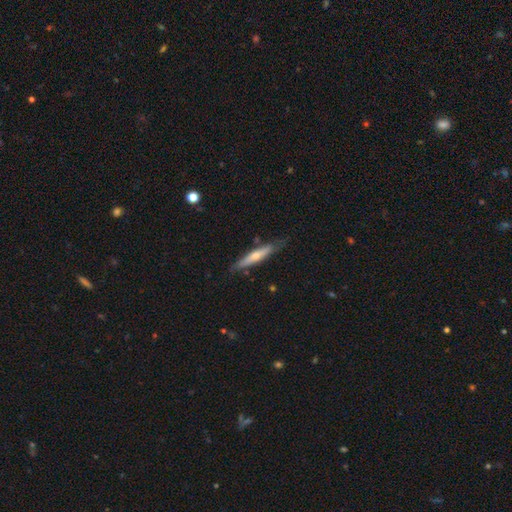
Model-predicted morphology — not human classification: smooth_or_featured: featured or disk (p=0.47) [tied with: smooth p=0.47]
merging: none (p=0.76) [alt: minor disturbance p=0.18]